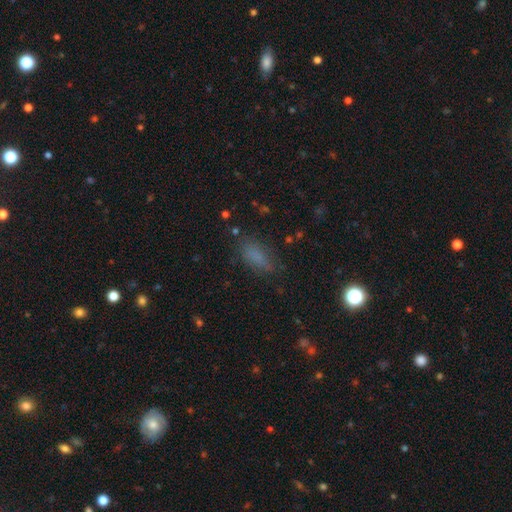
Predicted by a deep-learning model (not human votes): A smooth galaxy with no disk features (76%) that is in between round and cigar-shaped (74%).

Vote fractions:
- Smooth or featured? smooth: 76% / star or artifact: 16% / featured or disk: 9%
- How rounded? in between: 74% / cigar-shaped: 21% / round: 5%
- Merging? none: 72% / minor disturbance: 18% / major disturbance: 7% / merger: 2%